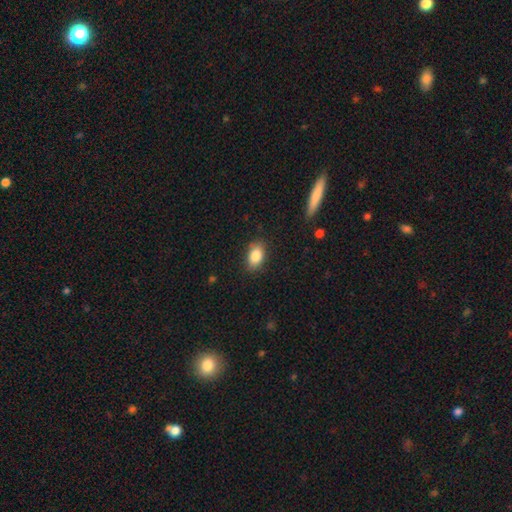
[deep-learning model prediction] Morphology: type=smooth (85%); roundness=in between (87%); merging=none (83%).